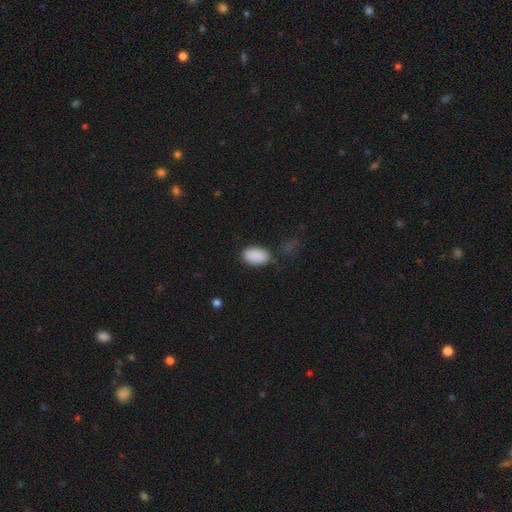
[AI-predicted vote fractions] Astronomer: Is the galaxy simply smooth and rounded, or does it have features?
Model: smooth — 90%.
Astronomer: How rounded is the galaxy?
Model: in between — 93%.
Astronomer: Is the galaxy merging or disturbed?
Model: none — 78%.